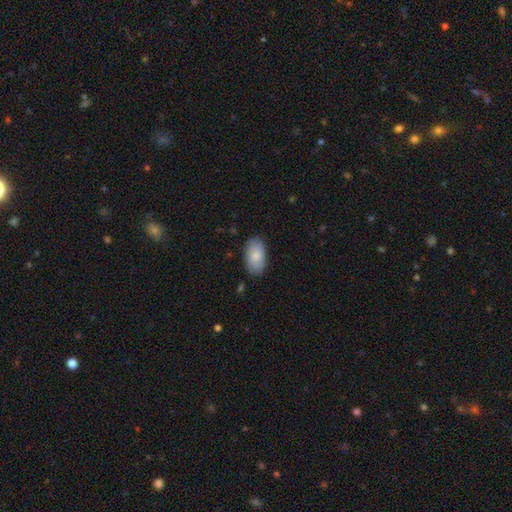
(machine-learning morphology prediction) A smooth galaxy with no disk features (80%) that is in between round and cigar-shaped (94%). Merging: none (82%).